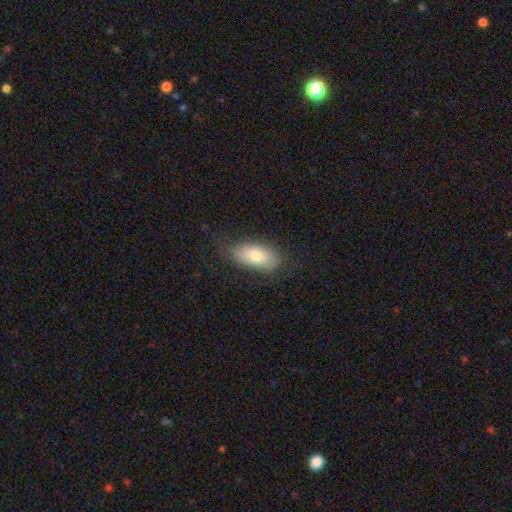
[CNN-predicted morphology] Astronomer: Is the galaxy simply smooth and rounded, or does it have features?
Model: smooth — 75%.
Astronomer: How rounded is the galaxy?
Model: in between — 89%.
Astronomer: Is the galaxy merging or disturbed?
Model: none — 75%.